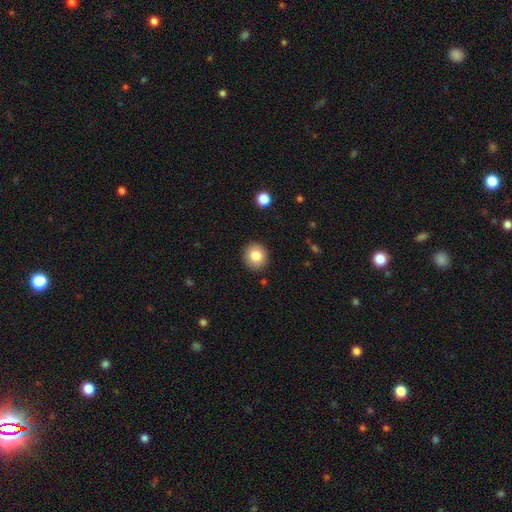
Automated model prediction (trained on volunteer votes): Smooth or featured? smooth (83%)
How rounded? round (87%)
Merging? none (90%)